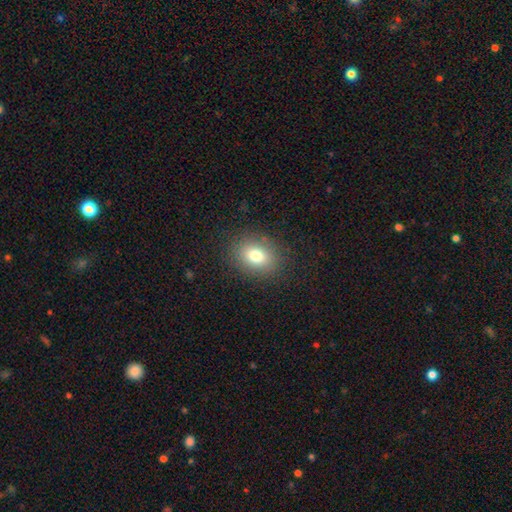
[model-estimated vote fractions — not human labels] Overall: smooth (77%). How rounded: in between (56%; round 43%). Merging: none (86%).